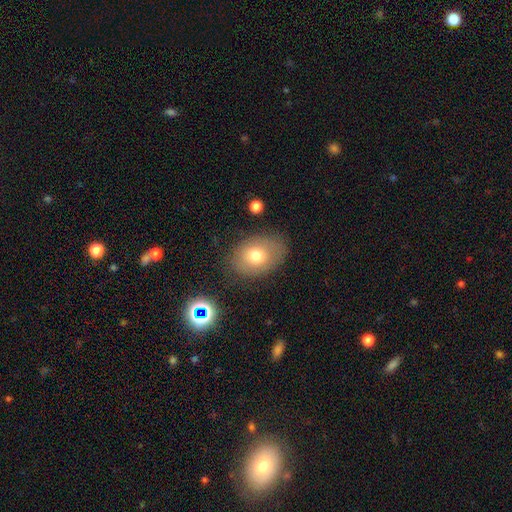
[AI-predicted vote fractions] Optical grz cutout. It shows a smooth galaxy with no disk features (72%) that is in between round and cigar-shaped (74%). Merging: none (77%).